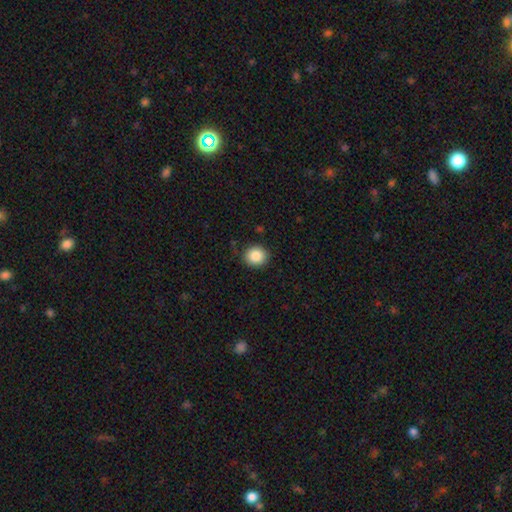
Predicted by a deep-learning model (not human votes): Overall: smooth (86%). How rounded: round (86%). Merging: none (88%).